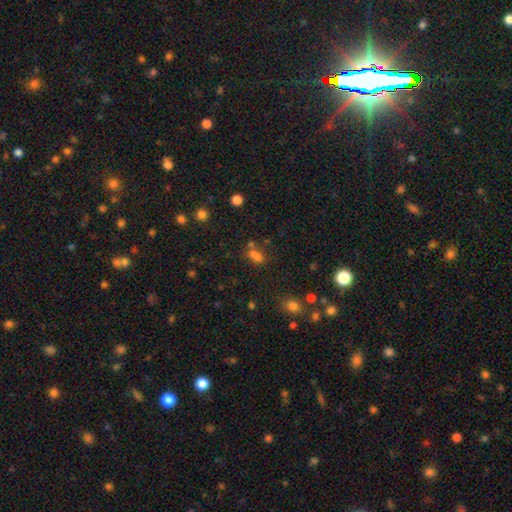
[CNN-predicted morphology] smooth-or-featured: smooth: 61% | star or artifact: 27% | featured or disk: 12%
  how-rounded: in between: 51% | round: 46% | cigar-shaped: 3%
  merging: merger: 42% | none: 41% | minor disturbance: 11% | major disturbance: 6%